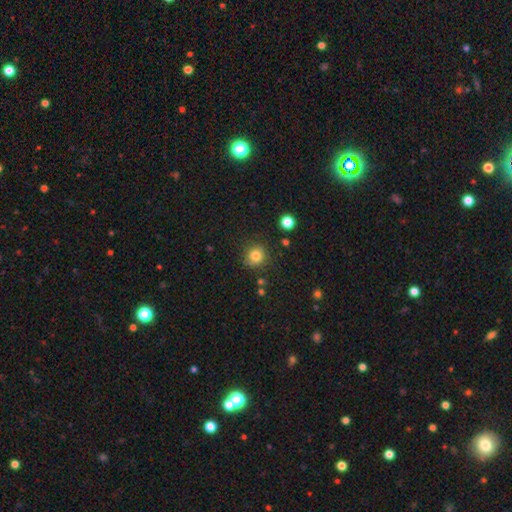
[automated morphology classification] type=smooth (82%); roundness=round (90%); merging=none (84%).